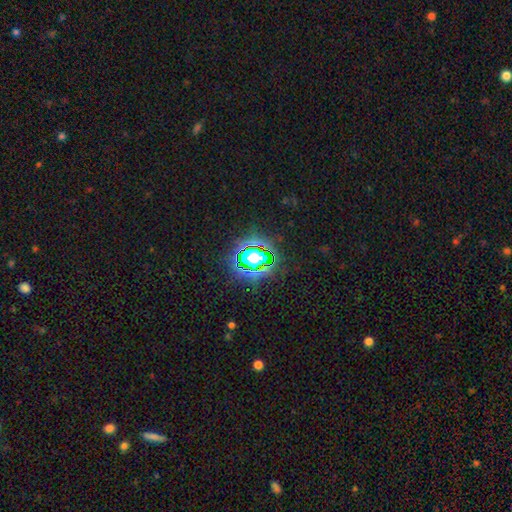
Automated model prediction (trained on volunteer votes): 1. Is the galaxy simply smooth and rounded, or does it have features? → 77% star or artifact, 15% smooth, 9% featured or disk.